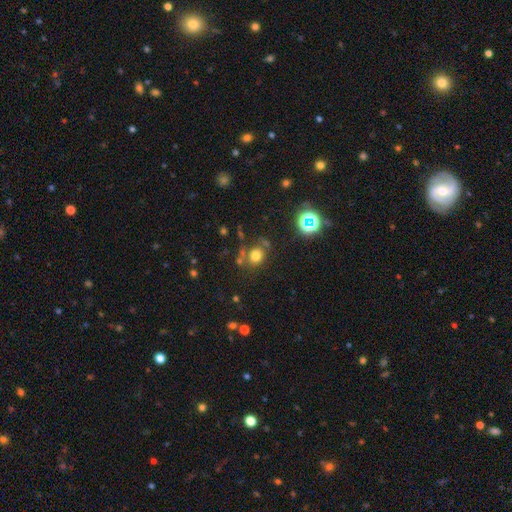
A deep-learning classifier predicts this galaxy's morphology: Smooth or featured: smooth — 70% (star or artifact — 21%)
How rounded: round — 76% (in between — 23%)
Merging: none — 67% (minor disturbance — 14%)